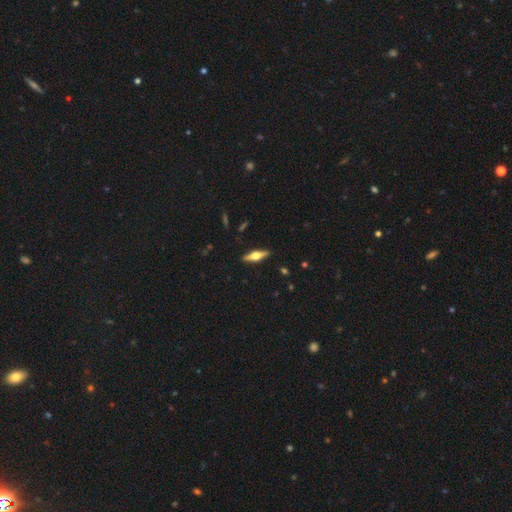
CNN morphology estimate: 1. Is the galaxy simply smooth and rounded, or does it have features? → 64% featured or disk, 30% smooth, 6% star or artifact.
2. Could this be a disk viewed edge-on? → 95% yes, 5% no.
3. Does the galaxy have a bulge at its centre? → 95% rounded, 4% boxy, 2% none.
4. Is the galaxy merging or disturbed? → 90% none, 7% minor disturbance, 2% major disturbance, 1% merger.